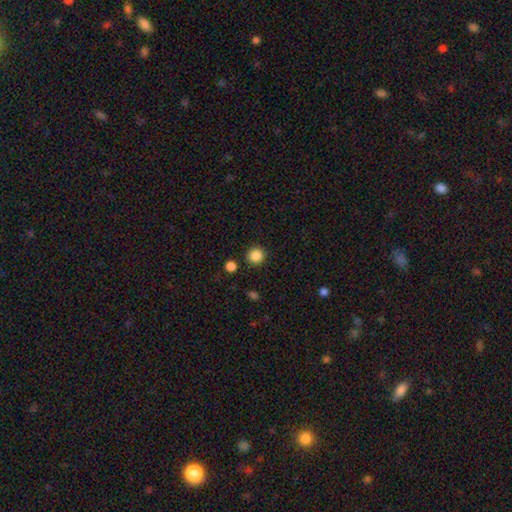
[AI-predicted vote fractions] The model was most divided on "smooth or featured": smooth: 86%, star or artifact: 11%, featured or disk: 3%. More confident: how rounded — round (93%); merging — none (90%).